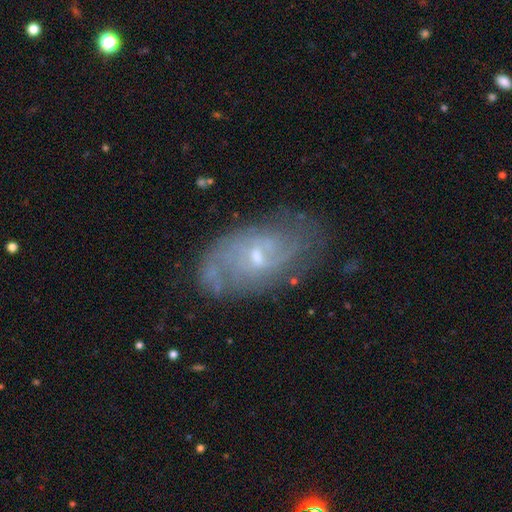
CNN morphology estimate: type=featured or disk (77%); edge-on=no (95%); bar=no (50%); spiral arms=yes (85%); winding=tight (40%); arm count=can't tell (40%); bulge=small (64%); merging=none (70%).